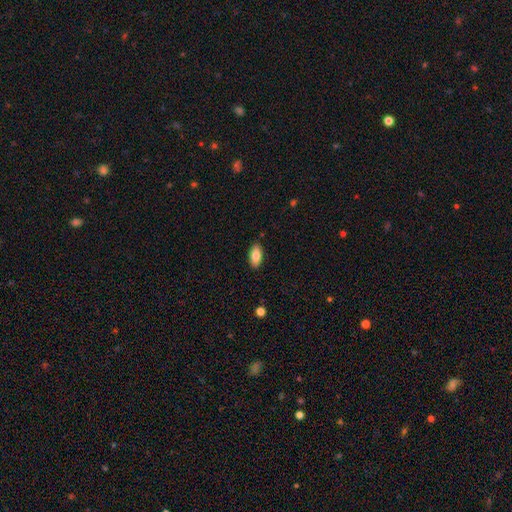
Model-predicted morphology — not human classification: This is clearly a smooth galaxy (85%). How rounded: clearly in between (91%). Merging: clearly none (88%).